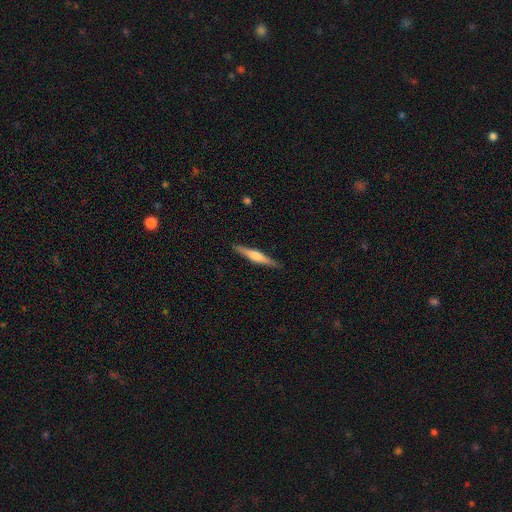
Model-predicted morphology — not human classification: type=featured or disk (59%); edge-on=yes (98%); edge-on bulge=rounded (72%); merging=none (90%).